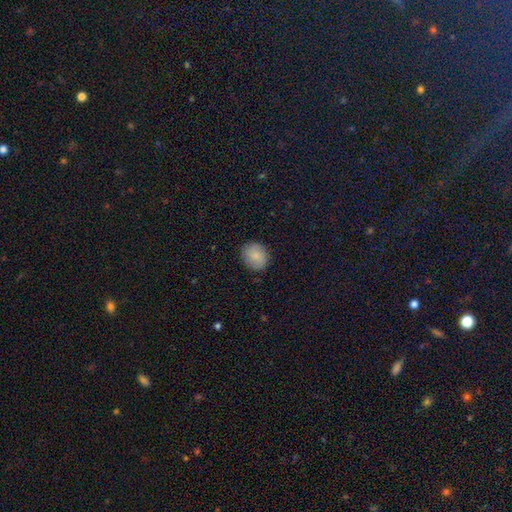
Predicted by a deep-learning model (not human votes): A smooth galaxy with no disk features (83%) that is round (71%).

Vote fractions:
- Smooth or featured? smooth: 83% / featured or disk: 10% / star or artifact: 7%
- How rounded? round: 71% / in between: 28% / cigar-shaped: 1%
- Merging? none: 86% / minor disturbance: 10% / major disturbance: 3% / merger: 1%